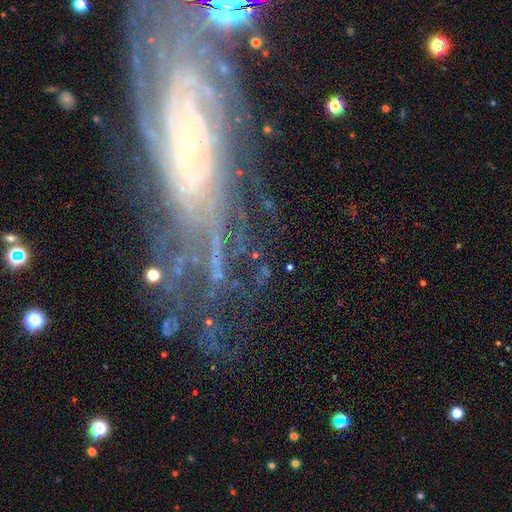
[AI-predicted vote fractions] featured or disk 56%, star or artifact 30%, smooth 15%. Down the decision tree: edge-on disk — no (87%); merging — none (69%).